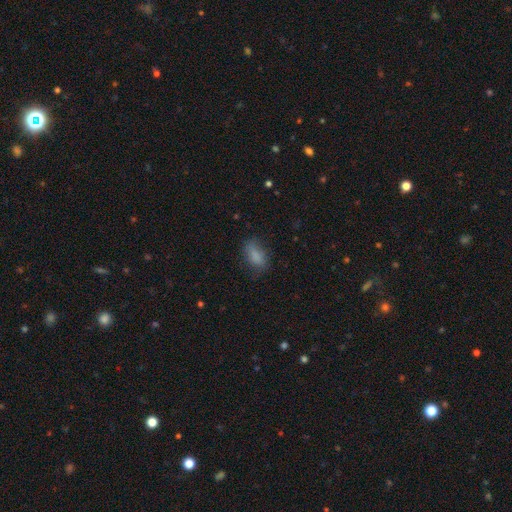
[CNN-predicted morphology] Overall: smooth (81%). How rounded: in between (85%). Merging: none (65%).